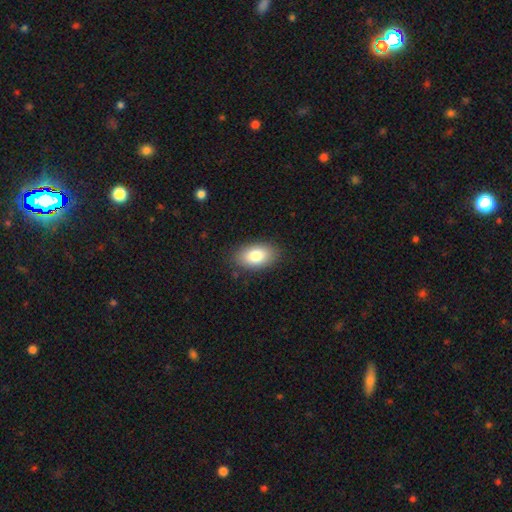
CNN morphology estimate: Smooth or featured? Predicted: smooth (p=0.83). How rounded? Predicted: in between (p=0.92). Merging? Predicted: none (p=0.86).